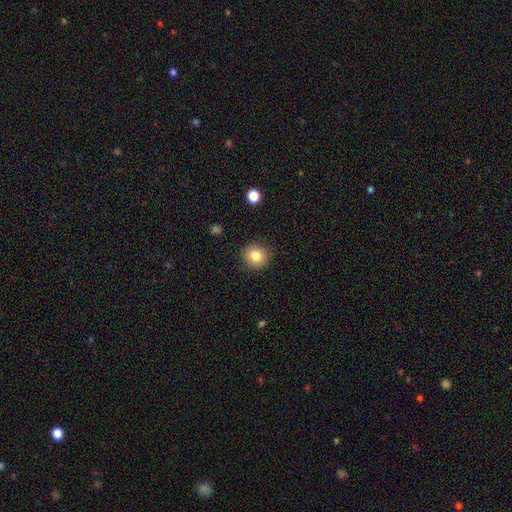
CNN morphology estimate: Q: Smooth or featured?
A: smooth (83%); runner-up: star or artifact (10%)
Q: How rounded?
A: round (83%); runner-up: in between (16%)
Q: Merging?
A: none (90%); runner-up: minor disturbance (7%)